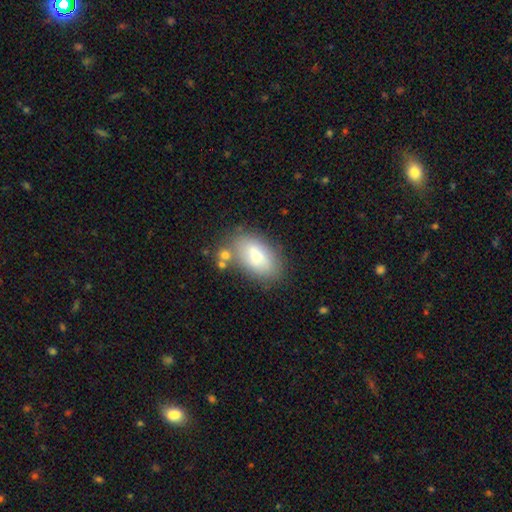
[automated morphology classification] smooth-or-featured: smooth: 78% | featured or disk: 14% | star or artifact: 8%
  how-rounded: in between: 93% | round: 4% | cigar-shaped: 3%
  merging: none: 69% | minor disturbance: 17% | merger: 8% | major disturbance: 5%